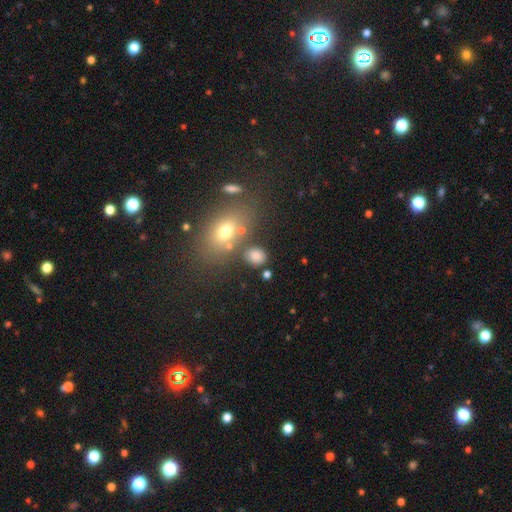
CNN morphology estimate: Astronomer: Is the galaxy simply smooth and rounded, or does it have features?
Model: smooth — 79%.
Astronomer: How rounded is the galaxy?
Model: round — 51% (runner-up: in between, 47%).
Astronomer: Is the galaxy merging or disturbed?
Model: none — 73%.